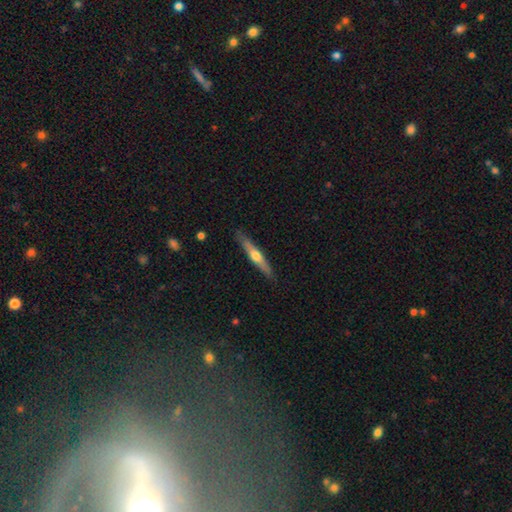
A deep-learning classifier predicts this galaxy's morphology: Smooth or featured: featured or disk — 58% (smooth — 37%)
Edge-on disk: yes — 95% (no — 5%)
Edge-on bulge: rounded — 91% (none — 6%)
Merging: none — 88% (minor disturbance — 9%)